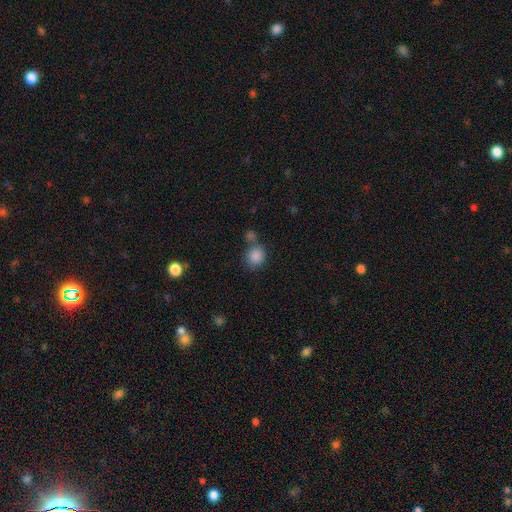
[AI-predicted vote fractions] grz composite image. It shows a smooth galaxy with no disk features (85%) that is round (75%). Merging: none (55%).